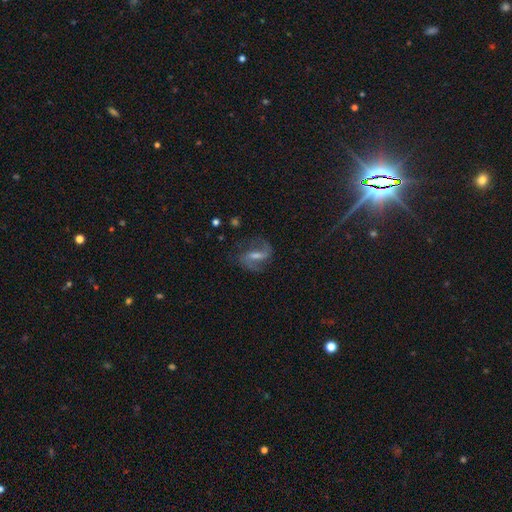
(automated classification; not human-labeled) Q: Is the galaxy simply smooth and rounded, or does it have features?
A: featured or disk — 76%.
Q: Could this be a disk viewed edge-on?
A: no — 95%.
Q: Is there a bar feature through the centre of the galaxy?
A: weak — 44%.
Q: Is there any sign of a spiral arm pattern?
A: yes — 94%.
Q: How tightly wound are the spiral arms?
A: medium — 50%.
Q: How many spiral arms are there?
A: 2 — 86%.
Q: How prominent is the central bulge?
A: moderate — 42%.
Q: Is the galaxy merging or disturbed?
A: none — 73%.